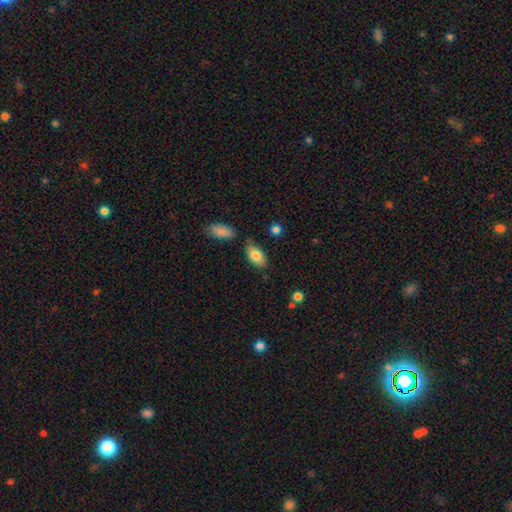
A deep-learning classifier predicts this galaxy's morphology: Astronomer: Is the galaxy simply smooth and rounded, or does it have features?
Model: smooth — 80%.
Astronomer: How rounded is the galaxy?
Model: in between — 92%.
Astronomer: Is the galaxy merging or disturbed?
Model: none — 72%.